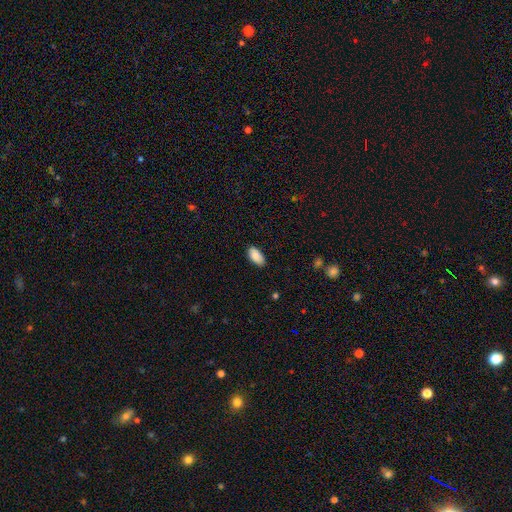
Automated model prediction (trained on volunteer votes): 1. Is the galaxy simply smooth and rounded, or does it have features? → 89% smooth, 6% star or artifact, 5% featured or disk.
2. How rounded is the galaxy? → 94% in between, 3% cigar-shaped, 2% round.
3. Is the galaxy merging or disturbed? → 86% none, 11% minor disturbance, 2% major disturbance, 1% merger.